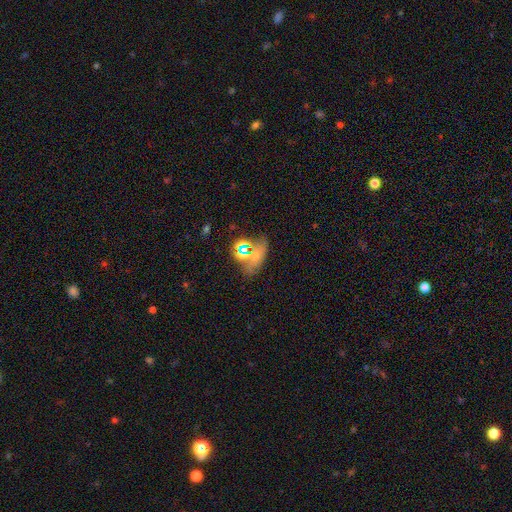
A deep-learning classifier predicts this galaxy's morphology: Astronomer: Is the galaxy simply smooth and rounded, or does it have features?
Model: smooth — 51% (runner-up: star or artifact, 28%).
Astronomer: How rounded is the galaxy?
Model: in between — 76%.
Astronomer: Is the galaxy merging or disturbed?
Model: none — 61%.